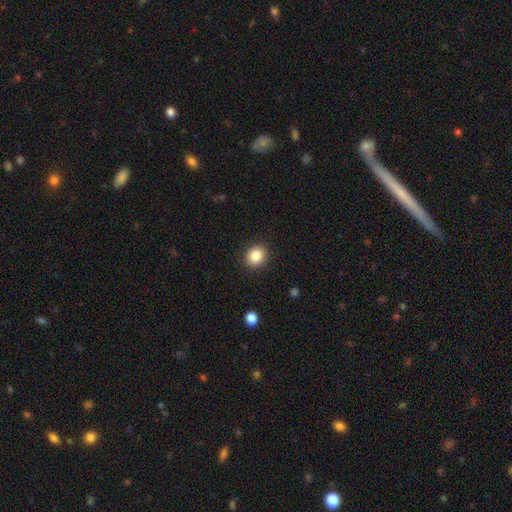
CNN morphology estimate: A smooth galaxy with no disk features (85%) that is round (67%). Merging: none (90%).